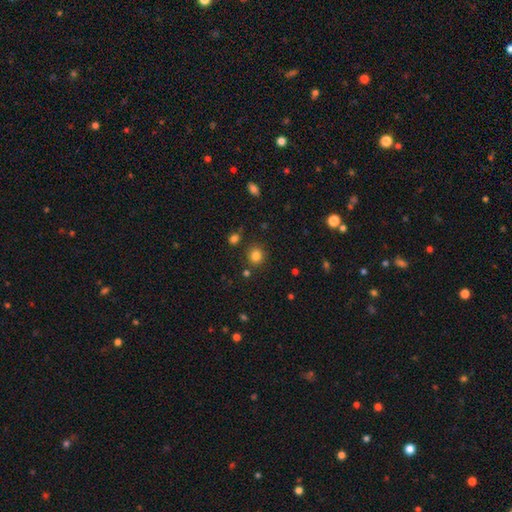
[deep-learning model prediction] A smooth galaxy with no disk features (82%) that is round (85%). Merging: none (84%).